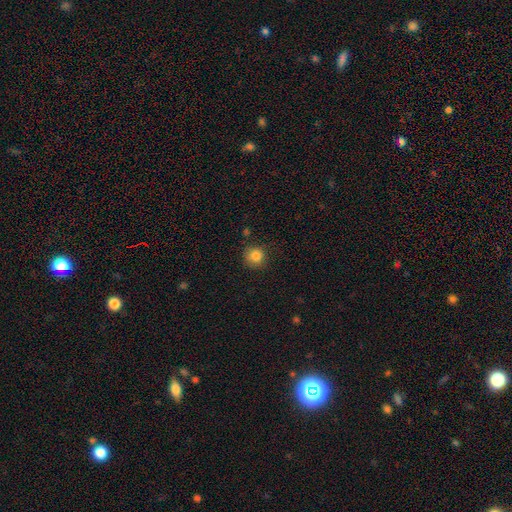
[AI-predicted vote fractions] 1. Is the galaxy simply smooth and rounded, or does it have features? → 83% smooth, 11% star or artifact, 5% featured or disk.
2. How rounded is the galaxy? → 92% round, 7% in between, 1% cigar-shaped.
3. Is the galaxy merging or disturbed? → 83% none, 12% minor disturbance, 3% major disturbance, 2% merger.